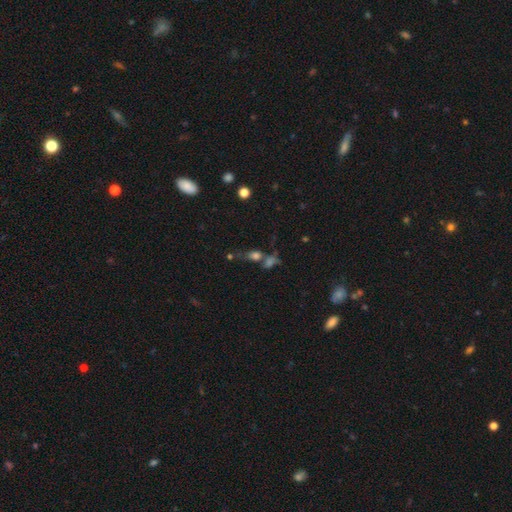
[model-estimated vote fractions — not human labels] Smooth or featured? Predicted: smooth (p=0.58). How rounded? Predicted: in between (p=0.54). Merging? Predicted: merger (p=0.47).